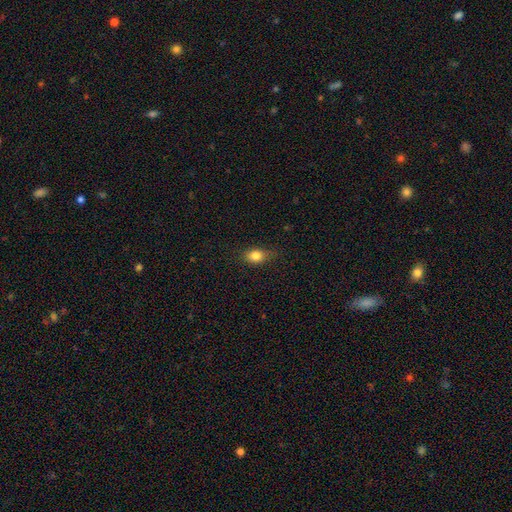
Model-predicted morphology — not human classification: Smooth or featured: smooth — 82% (star or artifact — 10%)
How rounded: in between — 68% (round — 28%)
Merging: none — 77% (minor disturbance — 18%)